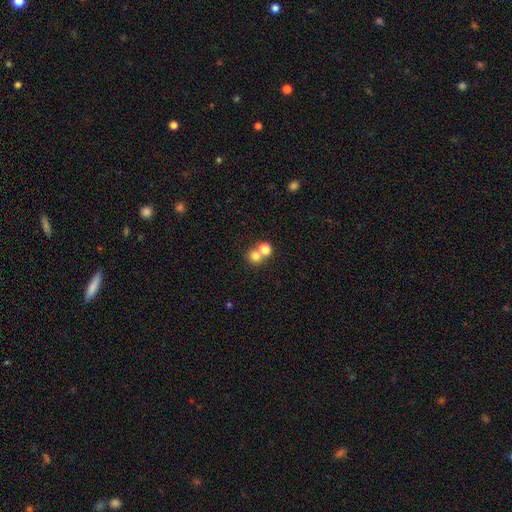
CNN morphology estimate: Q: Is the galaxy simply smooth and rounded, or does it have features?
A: smooth — 76%.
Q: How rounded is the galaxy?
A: round — 84%.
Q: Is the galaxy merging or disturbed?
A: merger — 47%.